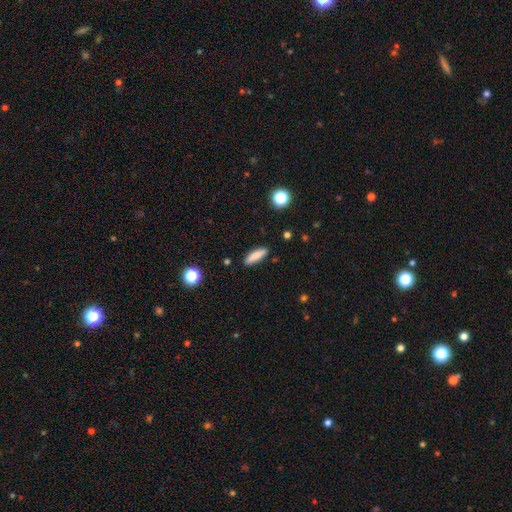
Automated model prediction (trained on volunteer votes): A smooth galaxy with no disk features (83%) that is cigar-shaped (59%). Merging: none (88%).